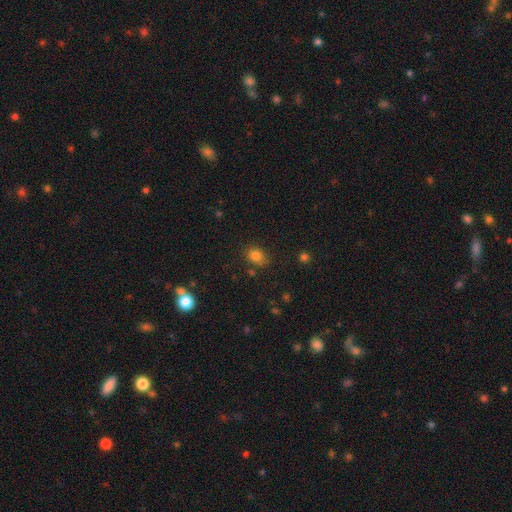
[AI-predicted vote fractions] The model was most divided on "how rounded": in between: 52%, round: 47%, cigar-shaped: 1%. More confident: smooth or featured — smooth (80%); merging — none (71%).